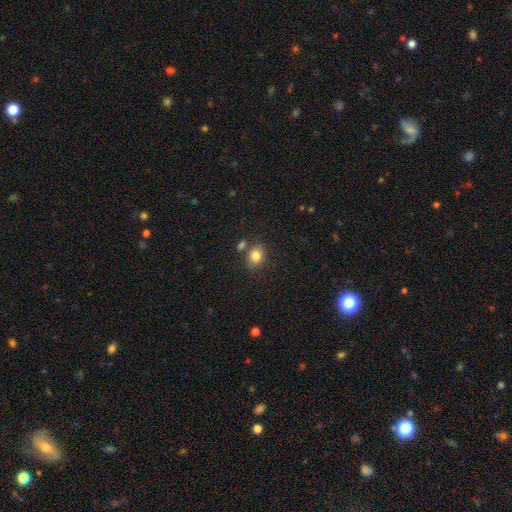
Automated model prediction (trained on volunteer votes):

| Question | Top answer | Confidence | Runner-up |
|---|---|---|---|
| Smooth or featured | smooth | 81% | star or artifact (10%) |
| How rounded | in between | 64% | round (35%) |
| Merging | none | 70% | merger (14%) |